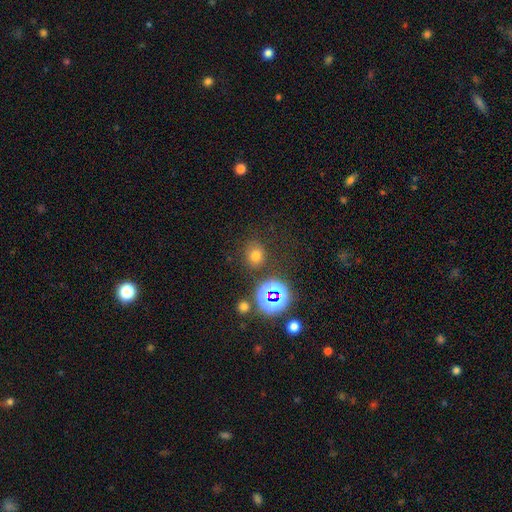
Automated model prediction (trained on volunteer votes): smooth-or-featured: smooth: 69% | star or artifact: 24% | featured or disk: 7%
  how-rounded: round: 76% | in between: 23% | cigar-shaped: 1%
  merging: none: 79% | minor disturbance: 12% | major disturbance: 5% | merger: 5%